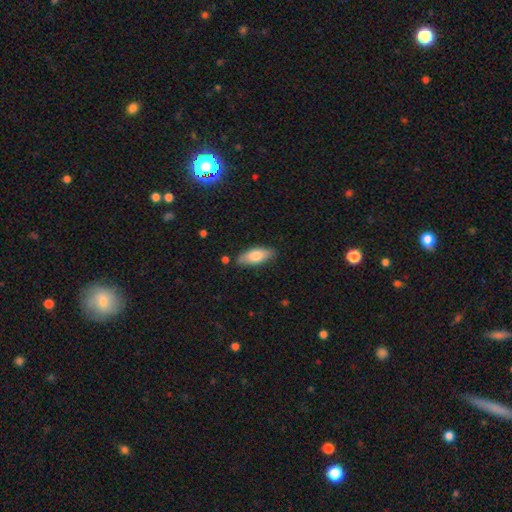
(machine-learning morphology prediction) Smooth or featured: smooth — 75% (featured or disk — 19%)
How rounded: in between — 77% (cigar-shaped — 21%)
Merging: none — 82% (minor disturbance — 13%)